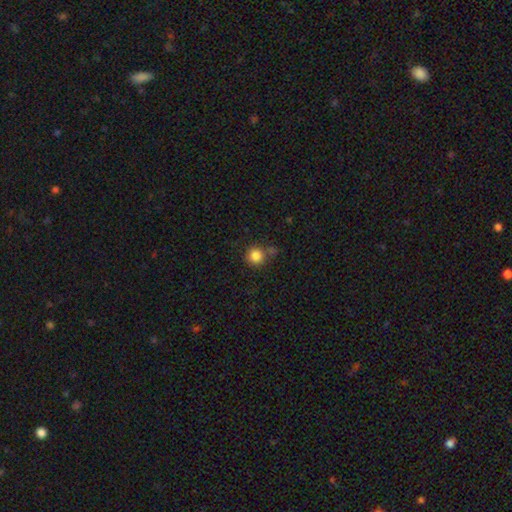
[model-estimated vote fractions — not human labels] Smooth or featured: smooth — 85% (star or artifact — 11%)
How rounded: round — 93% (in between — 6%)
Merging: none — 71% (minor disturbance — 13%)